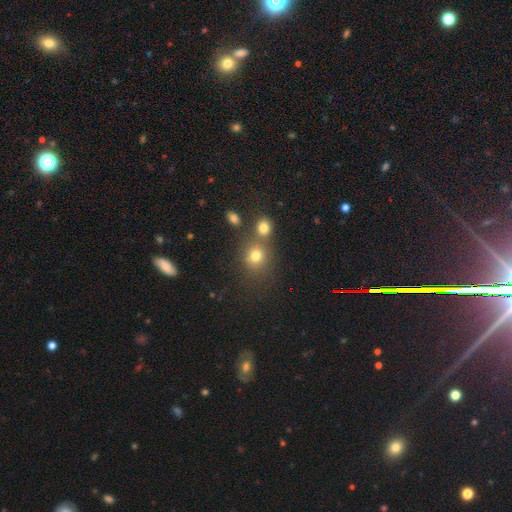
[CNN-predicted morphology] smooth 75%, star or artifact 16%, featured or disk 8%. Down the decision tree: how rounded — round (82%); merging — none (60%).